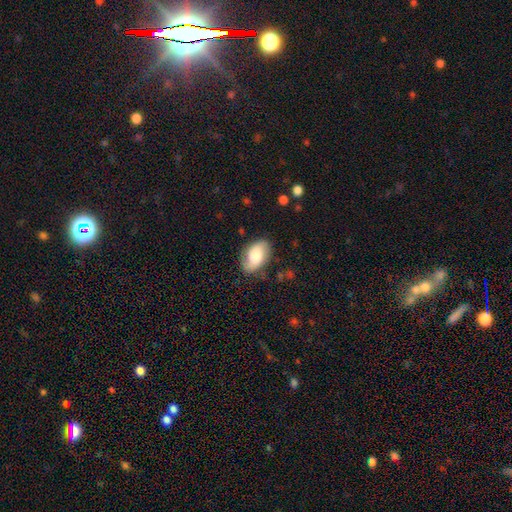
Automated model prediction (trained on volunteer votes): The model was most divided on "smooth or featured": smooth: 56%, featured or disk: 36%, star or artifact: 7%. More confident: how rounded — in between (91%); merging — none (76%).